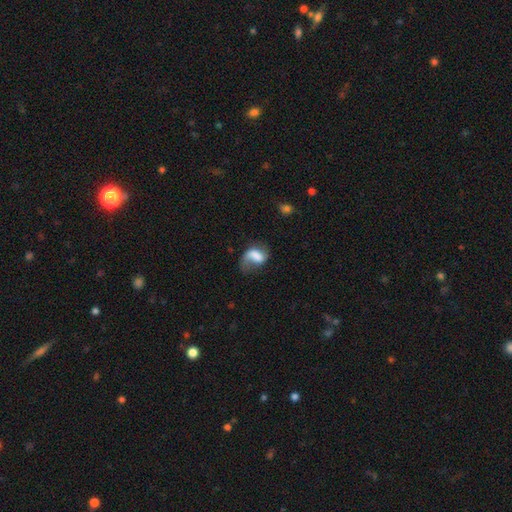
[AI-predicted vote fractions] Q: Smooth or featured?
A: smooth (54%); runner-up: featured or disk (37%)
Q: How rounded?
A: in between (78%); runner-up: round (19%)
Q: Merging?
A: major disturbance (44%); runner-up: none (28%)